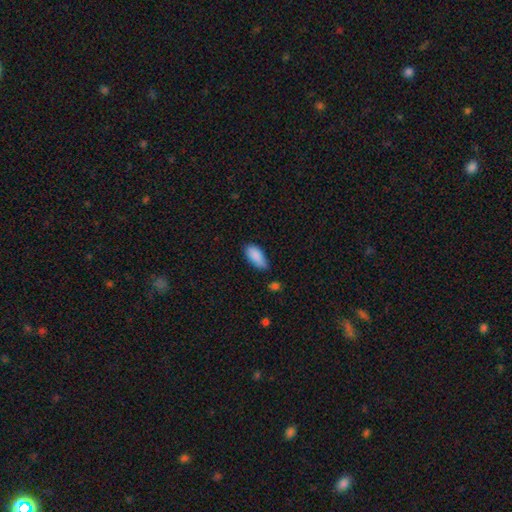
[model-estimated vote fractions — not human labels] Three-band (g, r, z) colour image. It shows a smooth galaxy with no disk features (88%) that is in between round and cigar-shaped (86%). Merging: none (64%).